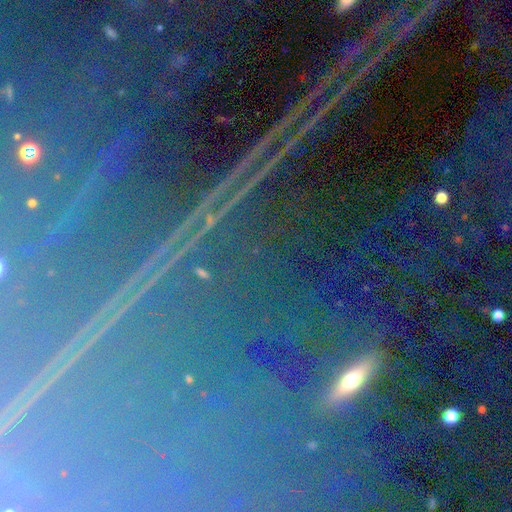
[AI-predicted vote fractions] This is clearly a star or artifact rather than a galaxy (81%).